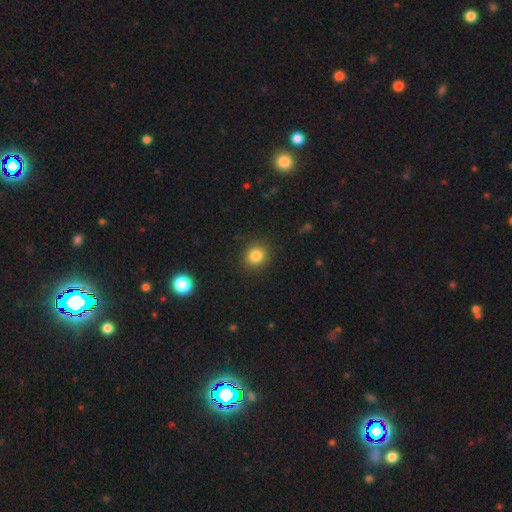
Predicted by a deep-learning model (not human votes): The model was most divided on "smooth or featured": smooth: 84%, star or artifact: 11%, featured or disk: 5%. More confident: merging — none (90%); how rounded — round (87%).